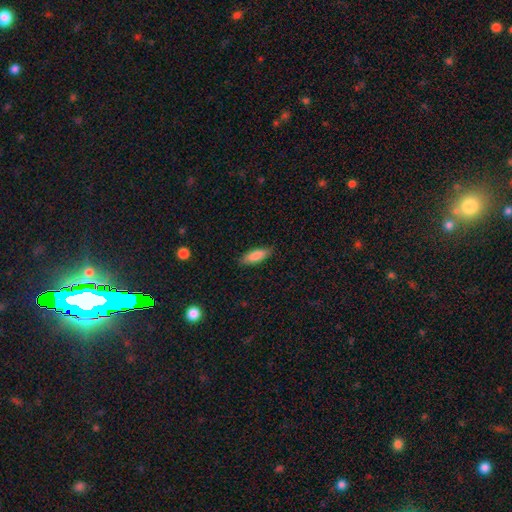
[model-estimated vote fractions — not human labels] Smooth or featured?
  - smooth: 83% *
  - featured or disk: 11%
  - star or artifact: 6%
How rounded?
  - in between: 57% *
  - cigar-shaped: 42%
  - round: 2%
Merging?
  - none: 85% *
  - minor disturbance: 12%
  - major disturbance: 2%
  - merger: 1%